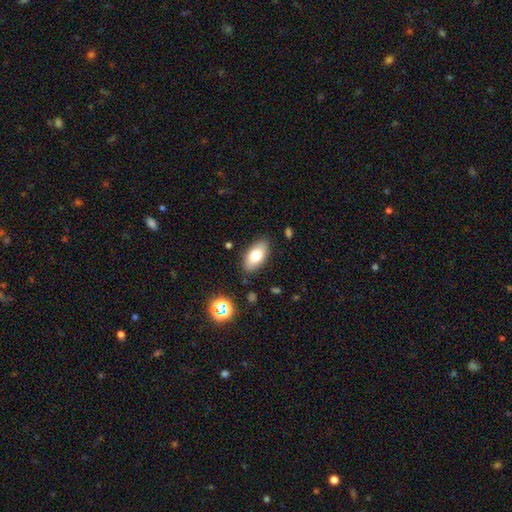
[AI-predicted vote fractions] Q: Smooth or featured?
A: smooth (75%); runner-up: featured or disk (17%)
Q: How rounded?
A: in between (91%); runner-up: cigar-shaped (5%)
Q: Merging?
A: none (86%); runner-up: minor disturbance (10%)